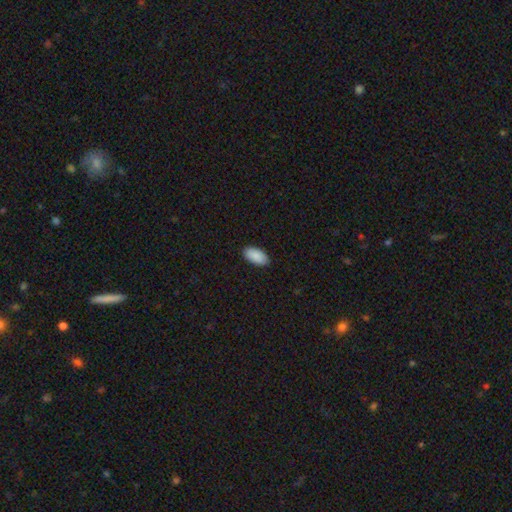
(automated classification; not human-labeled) Smooth or featured?
  - smooth: 91% *
  - star or artifact: 6%
  - featured or disk: 3%
How rounded?
  - in between: 95% *
  - cigar-shaped: 3%
  - round: 2%
Merging?
  - none: 88% *
  - minor disturbance: 9%
  - major disturbance: 2%
  - merger: 1%